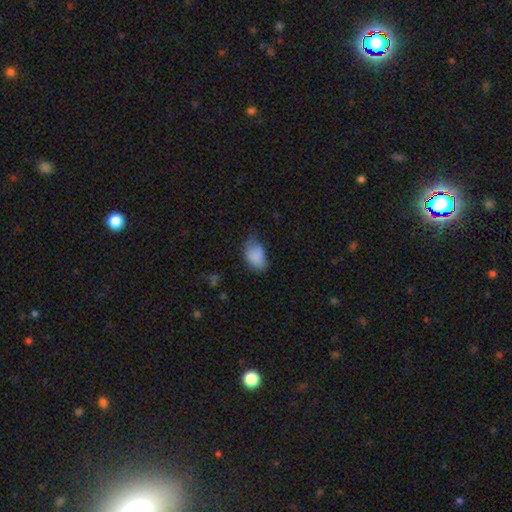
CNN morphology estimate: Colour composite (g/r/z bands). It shows a smooth galaxy with no disk features (84%) that is in between round and cigar-shaped (88%). Merging: none (46%).